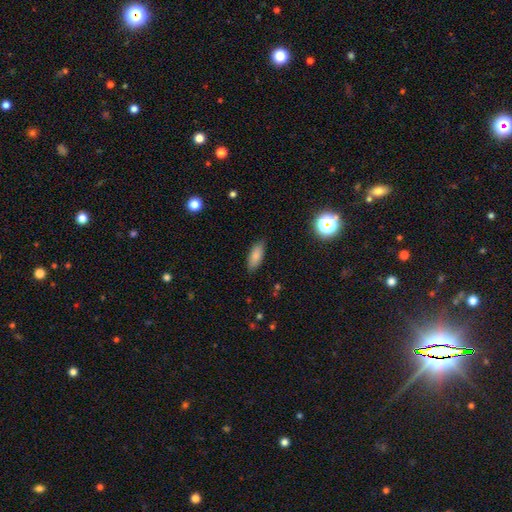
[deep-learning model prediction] Q: Smooth or featured?
A: smooth (83%); runner-up: star or artifact (9%)
Q: How rounded?
A: in between (79%); runner-up: cigar-shaped (19%)
Q: Merging?
A: none (85%); runner-up: minor disturbance (11%)